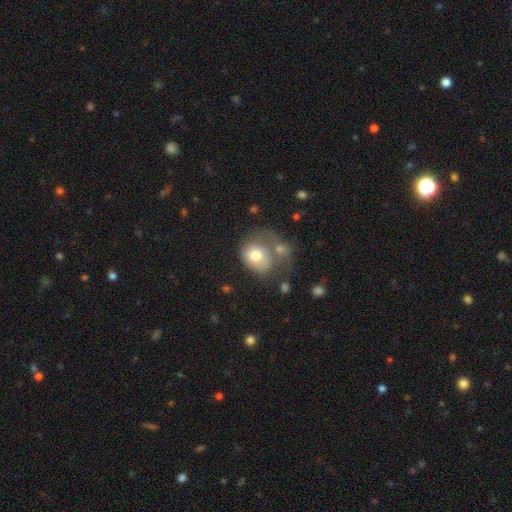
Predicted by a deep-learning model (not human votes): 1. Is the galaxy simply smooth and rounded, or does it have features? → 71% smooth, 21% featured or disk, 8% star or artifact.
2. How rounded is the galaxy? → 55% round, 44% in between, 1% cigar-shaped.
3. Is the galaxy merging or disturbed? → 36% merger, 23% none, 23% major disturbance, 18% minor disturbance.